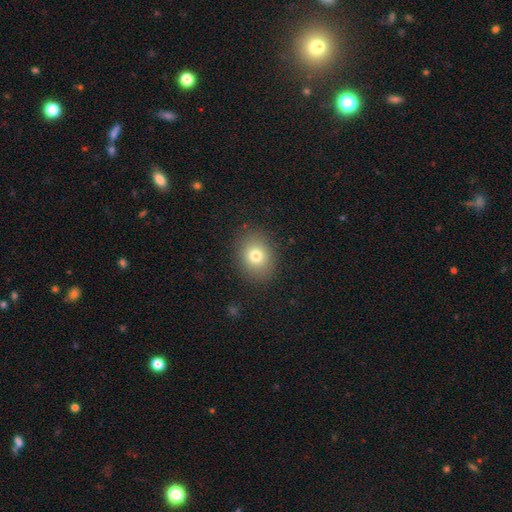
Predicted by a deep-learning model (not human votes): Smooth or featured?
  - smooth: 77% *
  - star or artifact: 12%
  - featured or disk: 11%
How rounded?
  - round: 54% *
  - in between: 45%
  - cigar-shaped: 1%
Merging?
  - none: 87% *
  - minor disturbance: 9%
  - major disturbance: 3%
  - merger: 1%